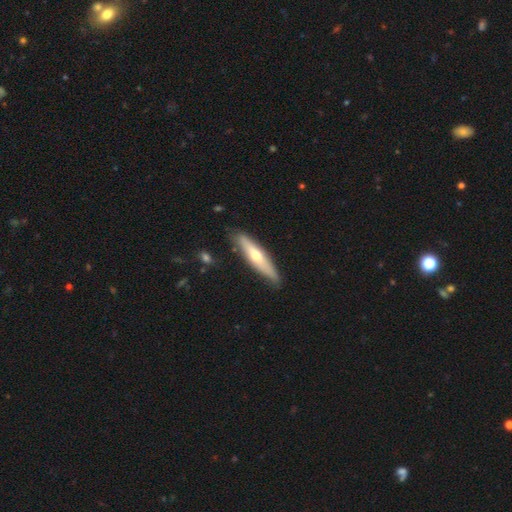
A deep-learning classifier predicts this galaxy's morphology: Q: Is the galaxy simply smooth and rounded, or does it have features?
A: featured or disk — 48%.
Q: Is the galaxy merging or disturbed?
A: none — 82%.